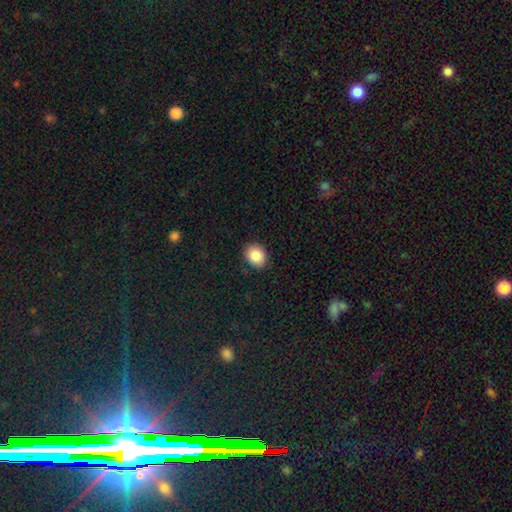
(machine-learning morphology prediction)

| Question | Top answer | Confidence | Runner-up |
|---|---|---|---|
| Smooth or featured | smooth | 87% | star or artifact (8%) |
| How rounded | round | 55% | in between (44%) |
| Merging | none | 89% | minor disturbance (8%) |